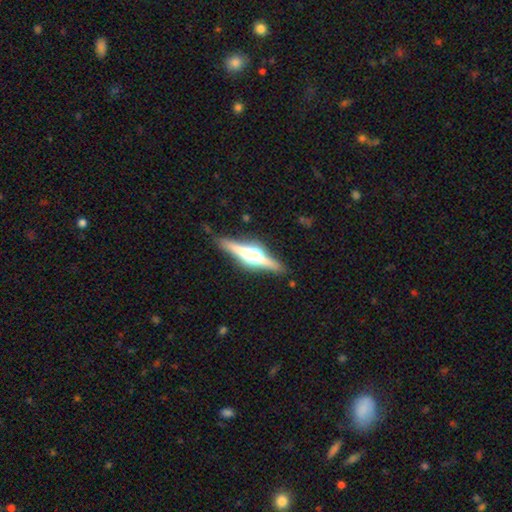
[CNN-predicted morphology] Smooth or featured?
  - featured or disk: 75% *
  - smooth: 18%
  - star or artifact: 6%
Edge-on disk?
  - yes: 97% *
  - no: 3%
Edge-on bulge?
  - rounded: 88% *
  - boxy: 9%
  - none: 3%
Merging?
  - none: 84% *
  - minor disturbance: 11%
  - major disturbance: 3%
  - merger: 2%